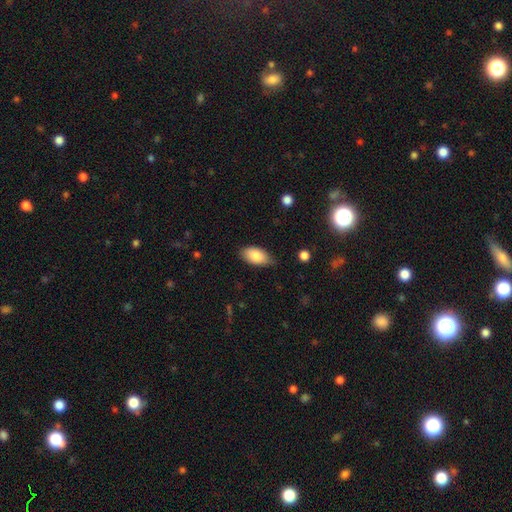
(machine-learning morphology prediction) type=smooth (85%); roundness=in between (93%); merging=none (76%).